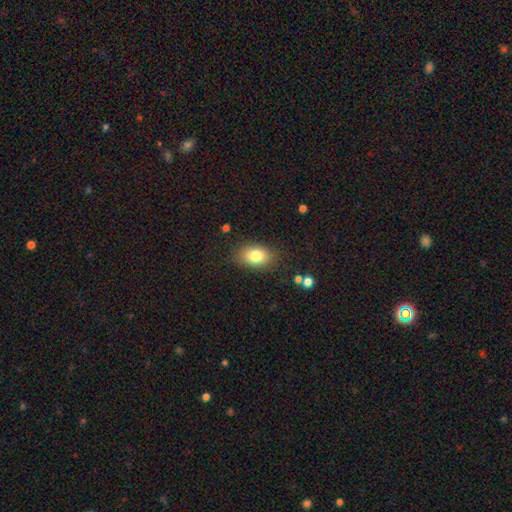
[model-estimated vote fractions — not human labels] Smooth or featured? Predicted: smooth (p=0.80). How rounded? Predicted: in between (p=0.85). Merging? Predicted: none (p=0.84).